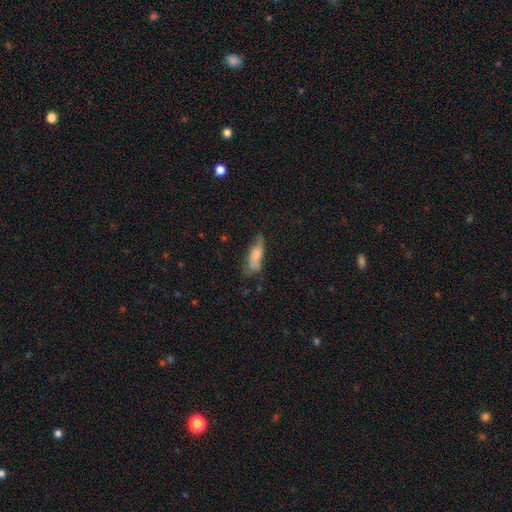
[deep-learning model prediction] This is likely a smooth galaxy (66%). How rounded: possibly in between (59%). Merging: possibly none (53%).